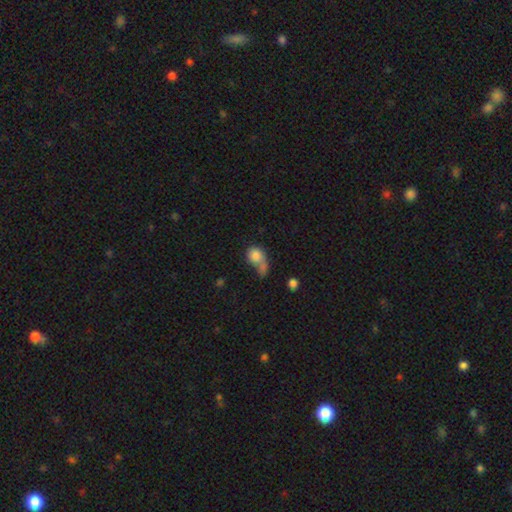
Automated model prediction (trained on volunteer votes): Smooth or featured? smooth (77%)
How rounded? round (51%)
Merging? merger (42%)